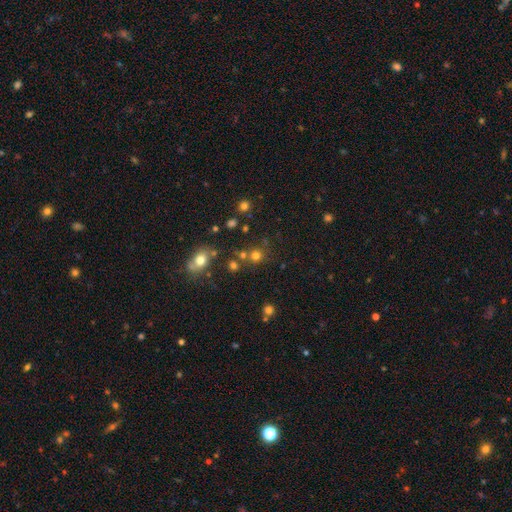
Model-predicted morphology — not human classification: smooth 71%, star or artifact 22%, featured or disk 7%. Down the decision tree: how rounded — round (89%); merging — none (71%).